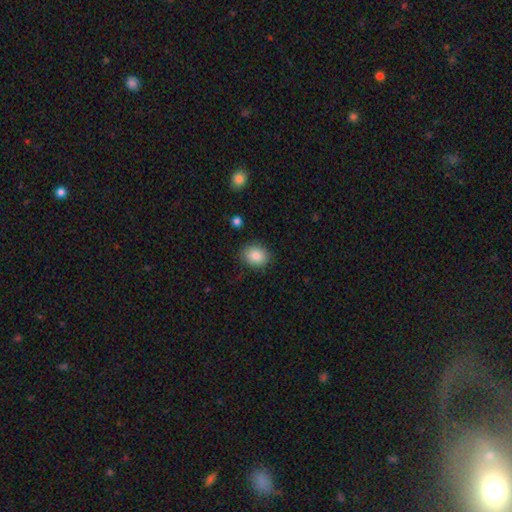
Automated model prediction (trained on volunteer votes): A smooth galaxy with no disk features (85%) that is round (58%). Merging: none (86%).